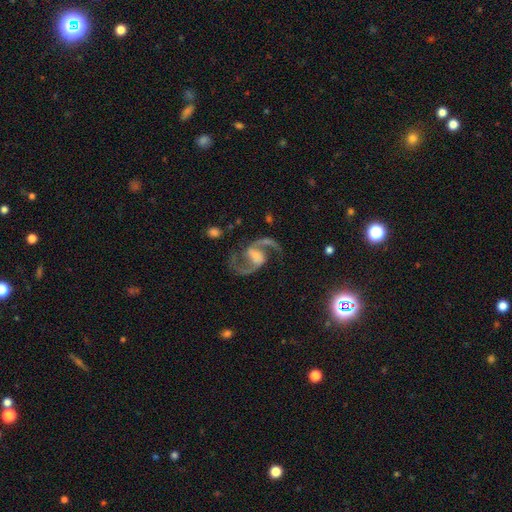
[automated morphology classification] smooth_or_featured: featured or disk (p=0.92) [alt: star or artifact p=0.05]
disk_edge_on: no (p=0.98) [alt: yes p=0.02]
bar: weak (p=0.44) [alt: strong p=0.30]
has_spiral_arms: yes (p=0.98) [alt: no p=0.02]
spiral_winding: medium (p=0.60) [alt: loose p=0.31]
spiral_arm_count: 2 (p=0.94) [alt: 1 p=0.02]
bulge_size: small (p=0.45) [alt: moderate p=0.28]
merging: none (p=0.77) [alt: minor disturbance p=0.12]